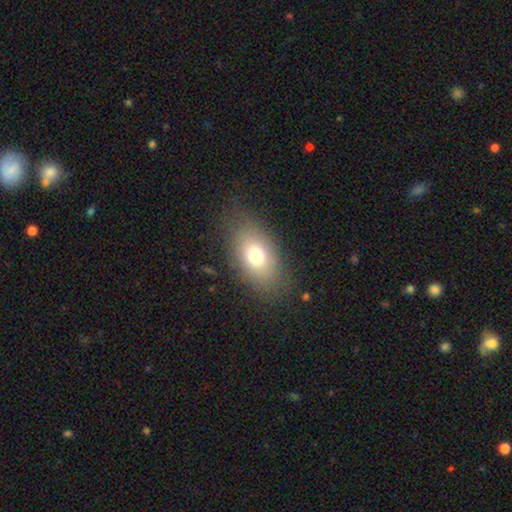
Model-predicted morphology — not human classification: type=smooth (72%); roundness=in between (84%); merging=none (78%).